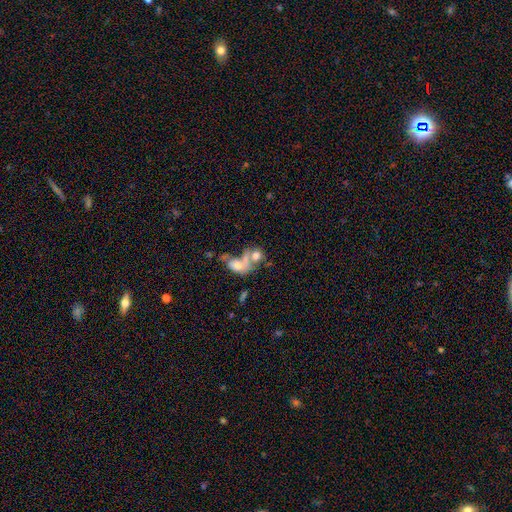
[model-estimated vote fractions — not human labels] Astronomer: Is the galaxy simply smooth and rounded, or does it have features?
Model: smooth — 67%.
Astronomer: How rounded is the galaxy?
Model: in between — 52% (runner-up: round, 45%).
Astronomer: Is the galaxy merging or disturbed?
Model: merger — 62%.